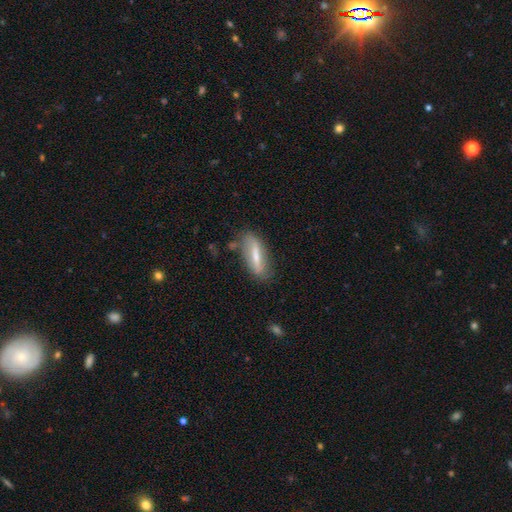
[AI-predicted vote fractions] This is possibly a smooth galaxy (48%). Merging: likely none (73%).